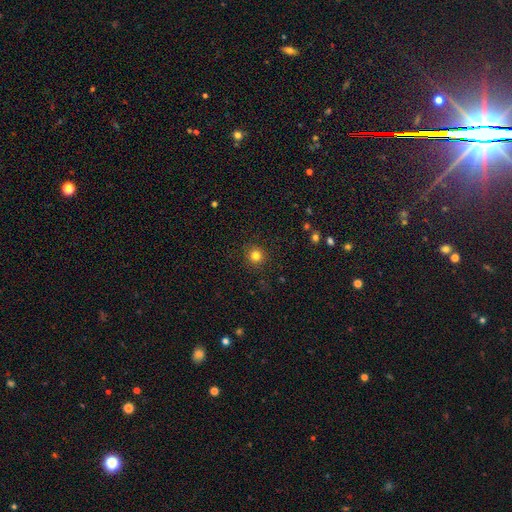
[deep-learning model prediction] Morphology: type=smooth (81%); roundness=round (94%); merging=none (91%).